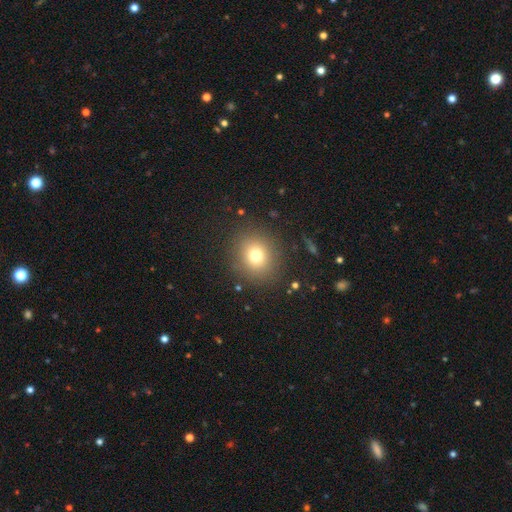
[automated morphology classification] A smooth galaxy with no disk features (74%) that is round (83%).

Vote fractions:
- Smooth or featured? smooth: 74% / star or artifact: 16% / featured or disk: 11%
- How rounded? round: 83% / in between: 16% / cigar-shaped: 1%
- Merging? none: 87% / minor disturbance: 8% / major disturbance: 4% / merger: 1%